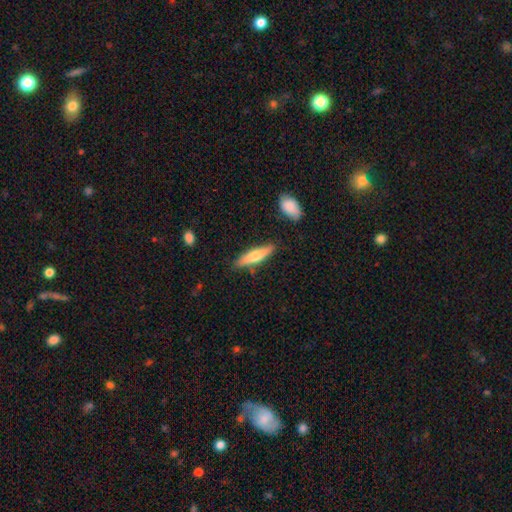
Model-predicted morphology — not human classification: Smooth or featured?
  - smooth: 58% *
  - featured or disk: 37%
  - star or artifact: 6%
How rounded?
  - cigar-shaped: 79% *
  - in between: 19%
  - round: 2%
Merging?
  - none: 81% *
  - minor disturbance: 13%
  - merger: 4%
  - major disturbance: 3%